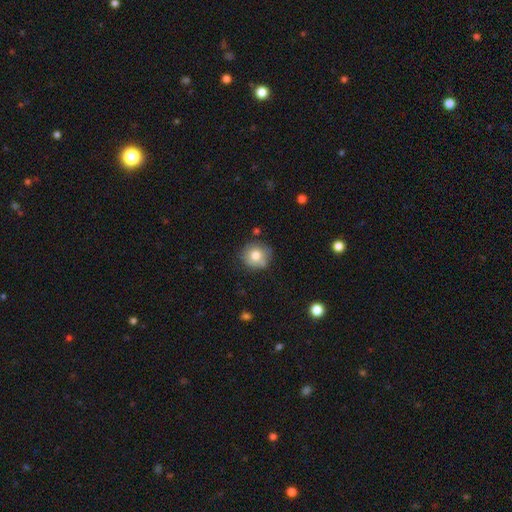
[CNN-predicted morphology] Smooth or featured: smooth — 77% (featured or disk — 14%)
How rounded: round — 89% (in between — 11%)
Merging: none — 74% (minor disturbance — 17%)